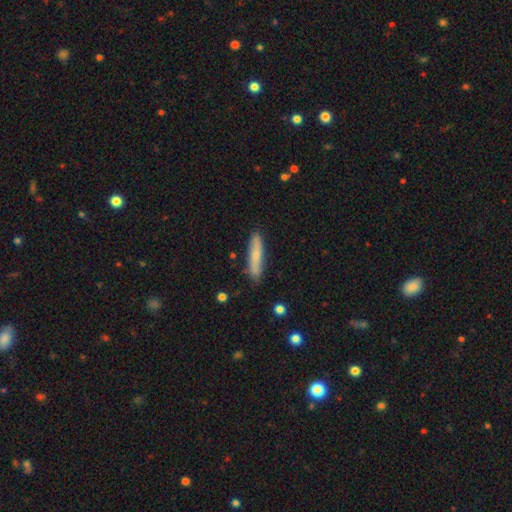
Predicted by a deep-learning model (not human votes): Smooth or featured? Predicted: smooth (p=0.64). How rounded? Predicted: cigar-shaped (p=0.84). Merging? Predicted: none (p=0.85).